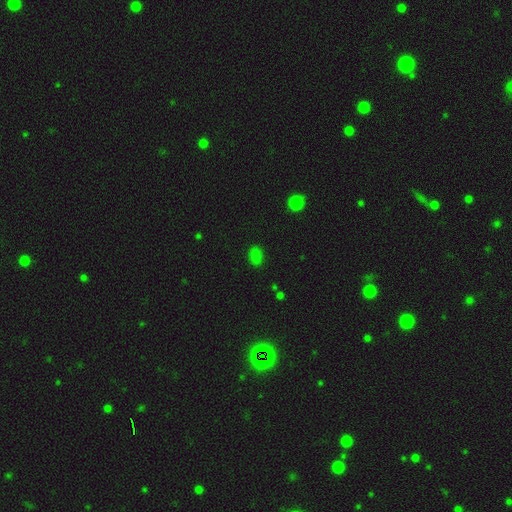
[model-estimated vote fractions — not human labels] This is likely a smooth galaxy (74%). How rounded: likely in between (75%). Merging: clearly none (83%).